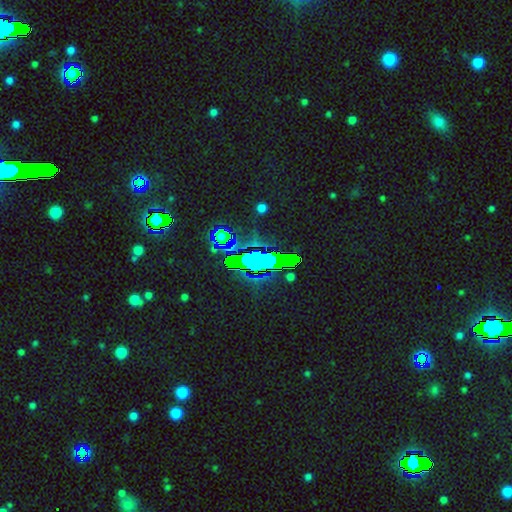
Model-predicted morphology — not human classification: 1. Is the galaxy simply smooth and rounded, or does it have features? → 76% star or artifact, 15% smooth, 10% featured or disk.